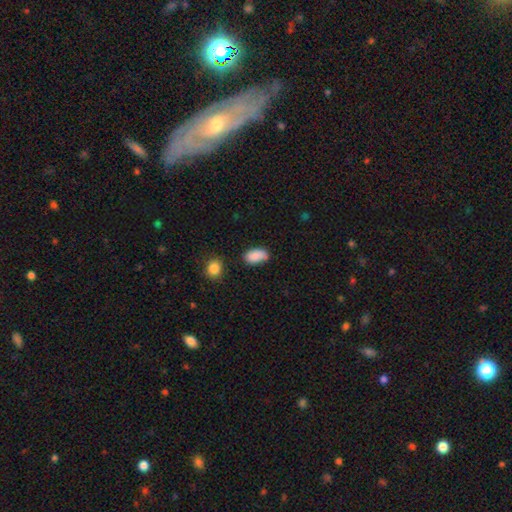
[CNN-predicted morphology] A smooth galaxy with no disk features (88%) that is in between round and cigar-shaped (93%). Merging: none (71%).